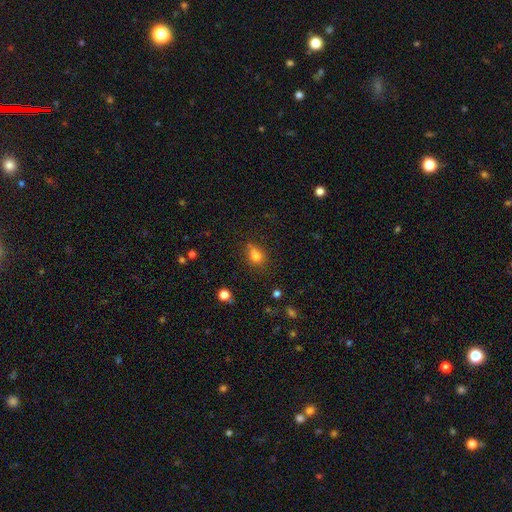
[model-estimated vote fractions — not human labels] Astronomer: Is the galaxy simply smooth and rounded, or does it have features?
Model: smooth — 74%.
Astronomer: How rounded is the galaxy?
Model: round — 62%.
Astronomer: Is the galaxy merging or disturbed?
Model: none — 53%.